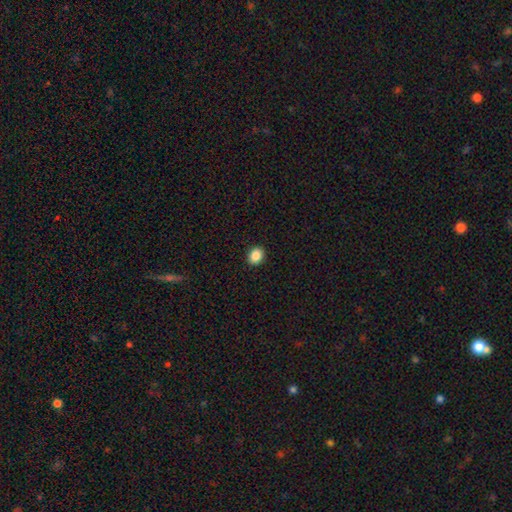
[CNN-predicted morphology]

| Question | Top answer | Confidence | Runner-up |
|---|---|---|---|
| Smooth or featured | smooth | 87% | star or artifact (9%) |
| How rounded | round | 56% | in between (43%) |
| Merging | none | 92% | minor disturbance (5%) |